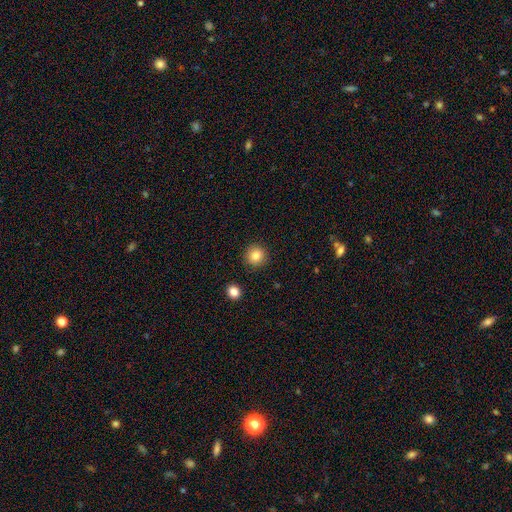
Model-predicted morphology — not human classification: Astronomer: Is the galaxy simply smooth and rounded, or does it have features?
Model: smooth — 84%.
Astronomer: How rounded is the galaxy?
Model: round — 93%.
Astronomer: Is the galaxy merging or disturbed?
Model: none — 91%.